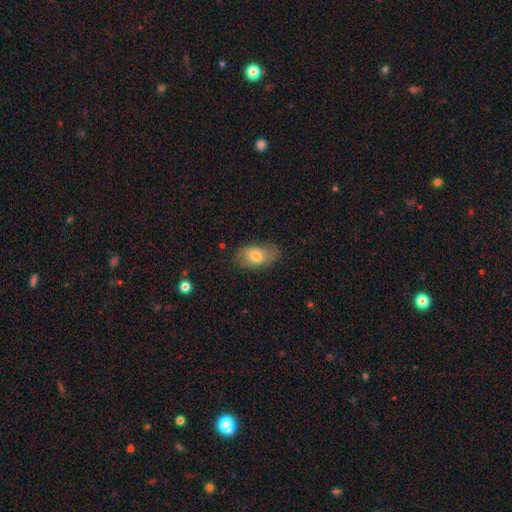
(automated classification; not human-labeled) Smooth or featured? Predicted: smooth (p=0.77). How rounded? Predicted: in between (p=0.91). Merging? Predicted: none (p=0.76).